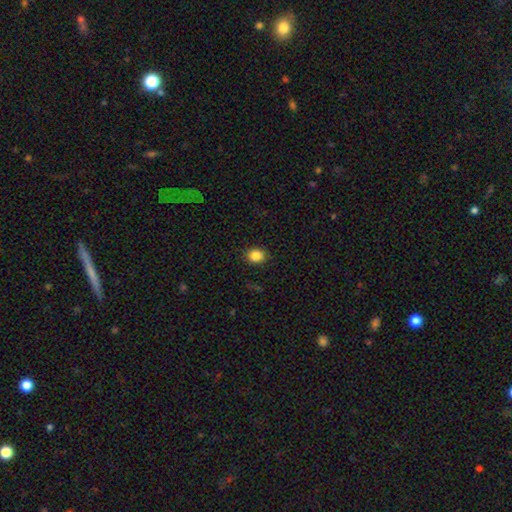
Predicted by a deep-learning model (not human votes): Q: Smooth or featured?
A: smooth (85%); runner-up: star or artifact (10%)
Q: How rounded?
A: round (64%); runner-up: in between (35%)
Q: Merging?
A: none (89%); runner-up: minor disturbance (8%)